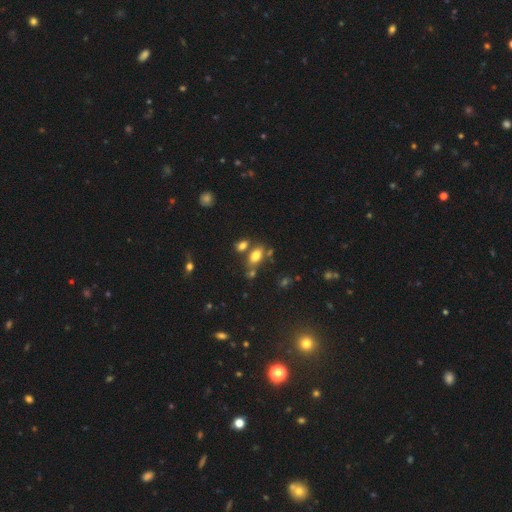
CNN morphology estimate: smooth_or_featured: smooth (p=0.77) [alt: featured or disk p=0.12]
how_rounded: in between (p=0.87) [alt: round p=0.08]
merging: none (p=0.62) [alt: merger p=0.20]